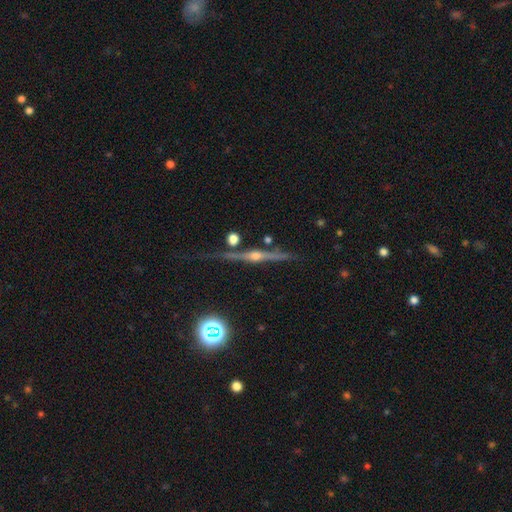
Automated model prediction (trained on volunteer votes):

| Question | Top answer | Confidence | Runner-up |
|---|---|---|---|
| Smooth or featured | featured or disk | 86% | star or artifact (7%) |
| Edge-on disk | yes | 97% | no (3%) |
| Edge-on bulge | rounded | 94% | none (3%) |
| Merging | none | 81% | minor disturbance (12%) |